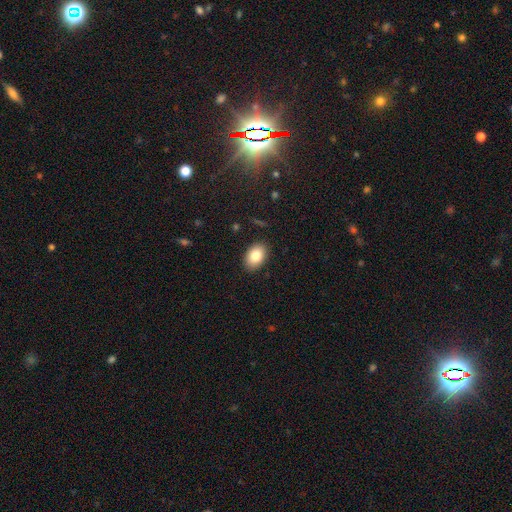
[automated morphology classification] smooth 83%, featured or disk 9%, star or artifact 8%. Down the decision tree: how rounded — in between (86%); merging — none (89%).